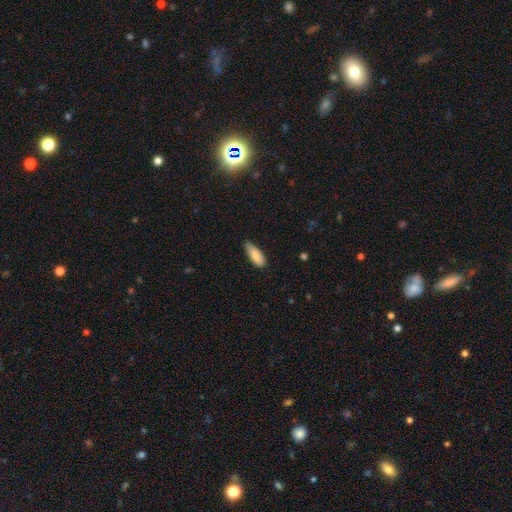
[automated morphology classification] Smooth or featured? smooth (87%)
How rounded? in between (77%)
Merging? none (61%)